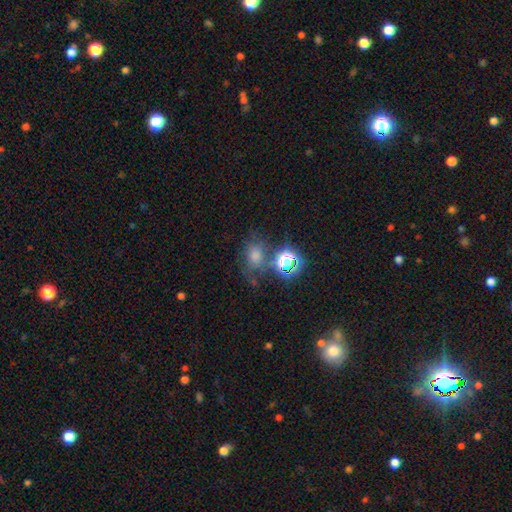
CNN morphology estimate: A star or artifact, not a galaxy (41%, tied with smooth).